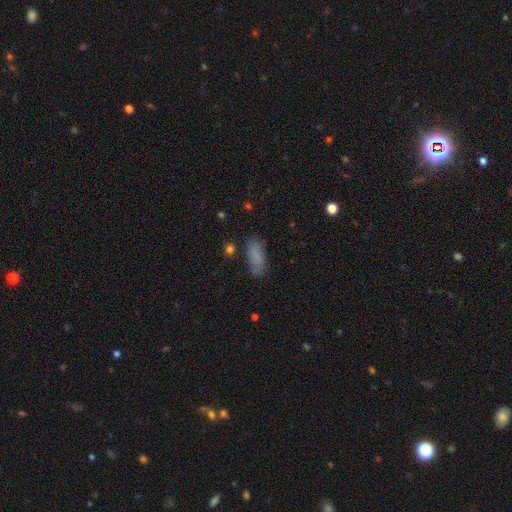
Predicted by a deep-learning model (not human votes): A smooth galaxy with no disk features (83%) that is in between round and cigar-shaped (77%). Merging: none (76%).